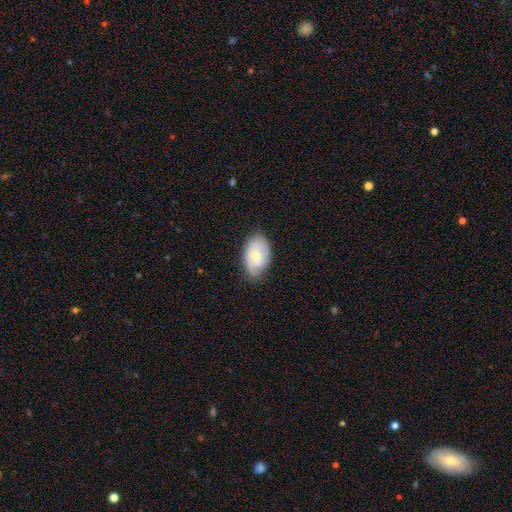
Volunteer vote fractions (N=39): Morphology: type=featured or disk (64%); edge-on=no (92%); bar=no (100%); spiral arms=yes (65%); winding=tight (53%); arm count=can't tell (47%); bulge=moderate (70%); merging=none (78%).